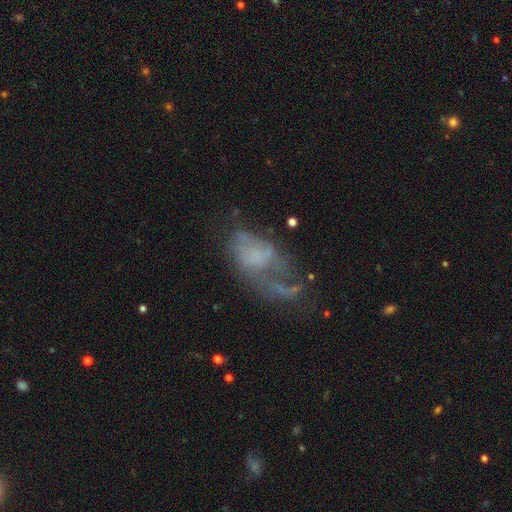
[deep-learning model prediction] This appears to be a featured or disk galaxy (54%) with no bar (84%), no spiral arms (70%) and no central bulge (65%). Merging: major disturbance (50%).